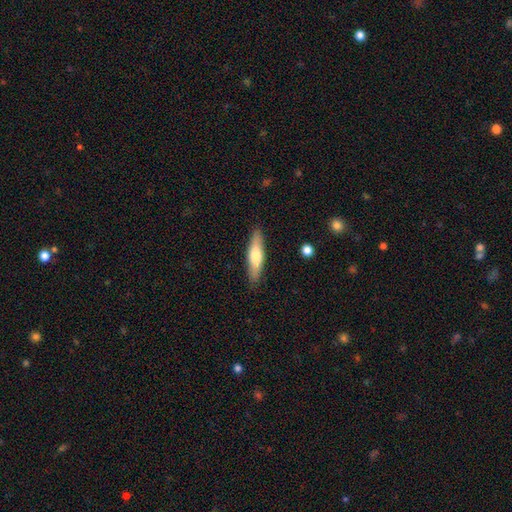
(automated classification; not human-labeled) smooth 62%, featured or disk 32%, star or artifact 6%. Down the decision tree: how rounded — cigar-shaped (74%); merging — none (88%).